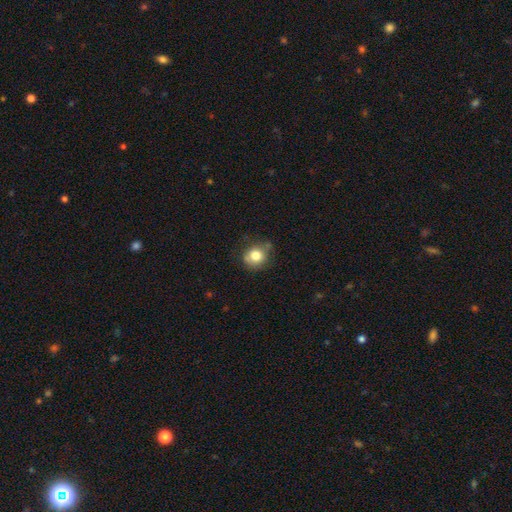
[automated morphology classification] type=smooth (80%); roundness=round (80%); merging=none (71%).